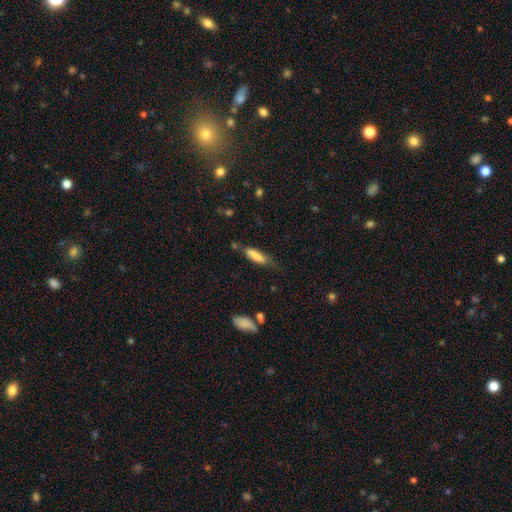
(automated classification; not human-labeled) A smooth galaxy with no disk features (83%) that is cigar-shaped (66%). Merging: none (59%).